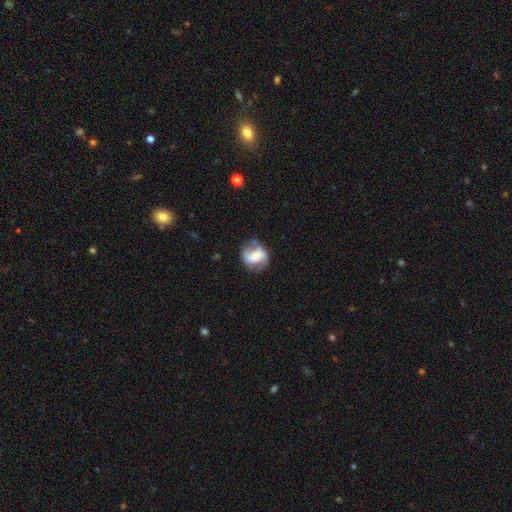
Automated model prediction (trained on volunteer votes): Smooth or featured? featured or disk (61%)
Edge-on disk? no (97%)
Bar? no (47%)
Spiral arms? yes (85%)
Spiral winding? medium (43%)
Spiral arm count? 2 (83%)
Bulge size? moderate (50%)
Merging? none (66%)